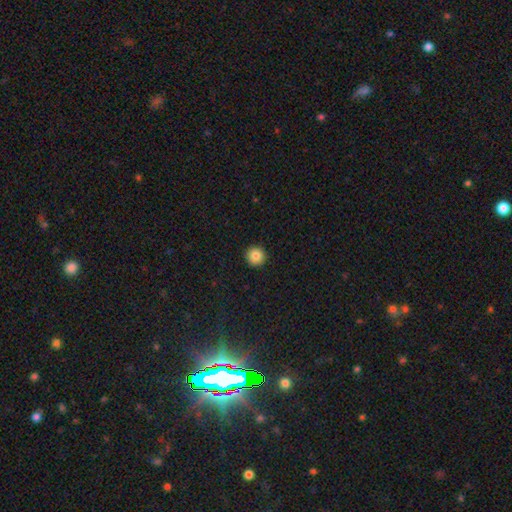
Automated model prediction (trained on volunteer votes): Smooth or featured? Predicted: smooth (p=0.85). How rounded? Predicted: round (p=0.96). Merging? Predicted: none (p=0.93).